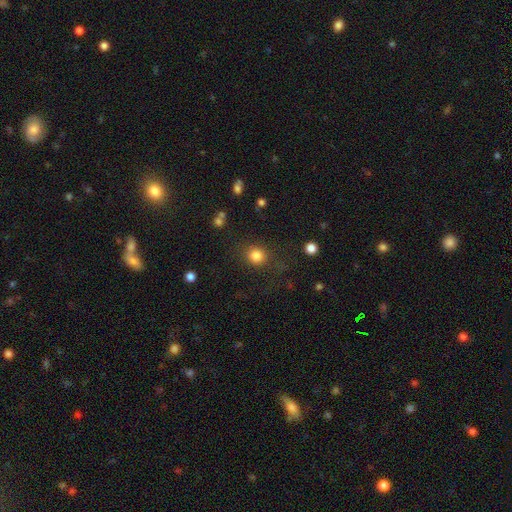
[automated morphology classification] Smooth or featured: smooth — 84% (star or artifact — 11%)
How rounded: round — 86% (in between — 13%)
Merging: none — 81% (minor disturbance — 10%)